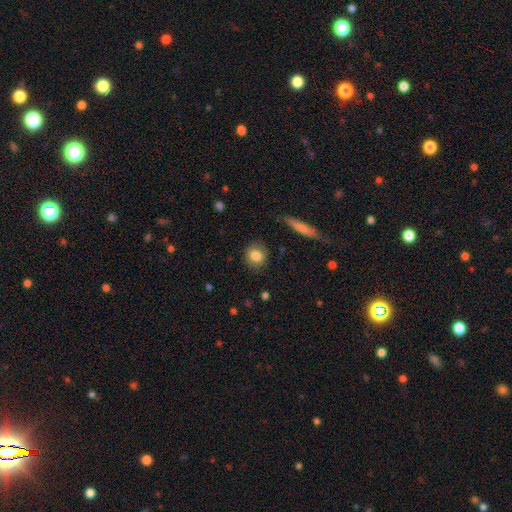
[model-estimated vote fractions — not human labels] Q: Smooth or featured?
A: smooth (82%); runner-up: featured or disk (10%)
Q: How rounded?
A: round (77%); runner-up: in between (21%)
Q: Merging?
A: none (87%); runner-up: minor disturbance (9%)